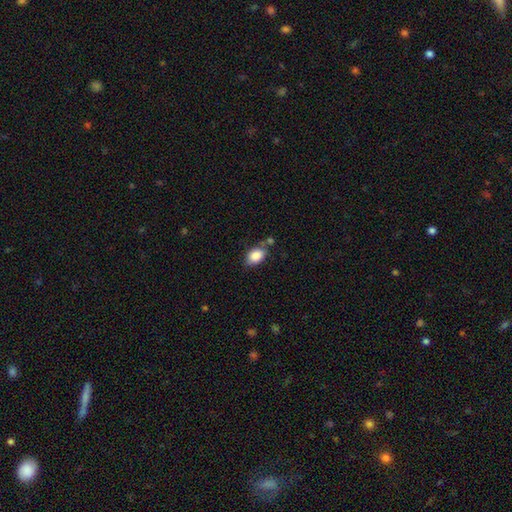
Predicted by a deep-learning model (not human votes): The model was most divided on "merging": none: 66%, minor disturbance: 19%, merger: 10%, major disturbance: 5%. More confident: how rounded — in between (86%); smooth or featured — smooth (86%).